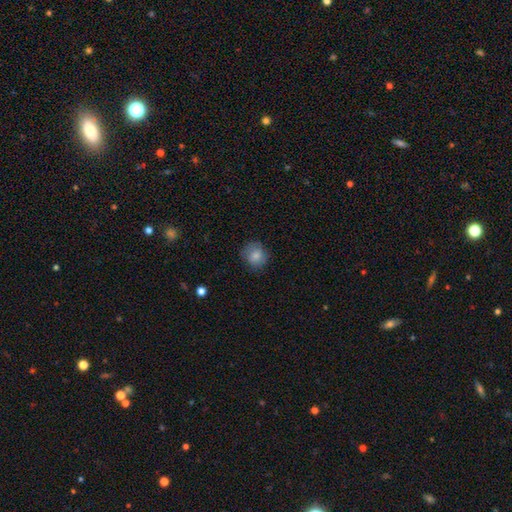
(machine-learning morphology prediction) Q: Smooth or featured?
A: smooth (83%); runner-up: star or artifact (9%)
Q: How rounded?
A: round (82%); runner-up: in between (17%)
Q: Merging?
A: none (80%); runner-up: minor disturbance (15%)